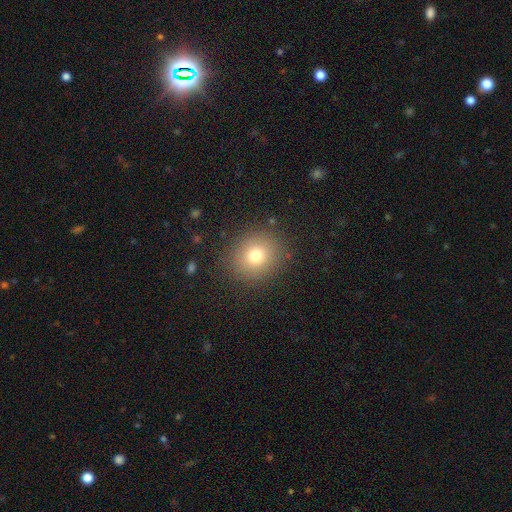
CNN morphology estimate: A smooth galaxy with no disk features (76%) that is round (80%). Merging: none (87%).